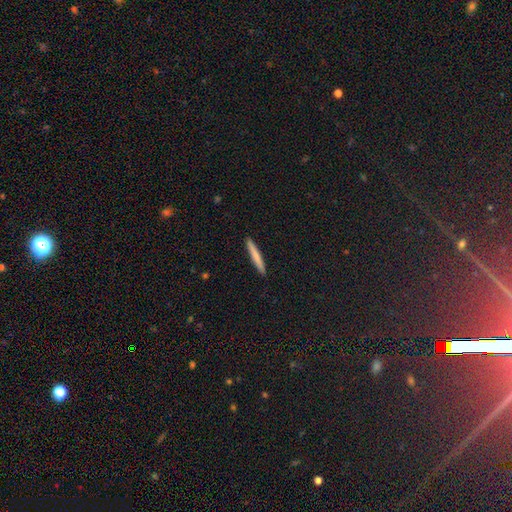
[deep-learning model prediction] Morphology: type=smooth (74%); roundness=cigar-shaped (96%); merging=none (93%).